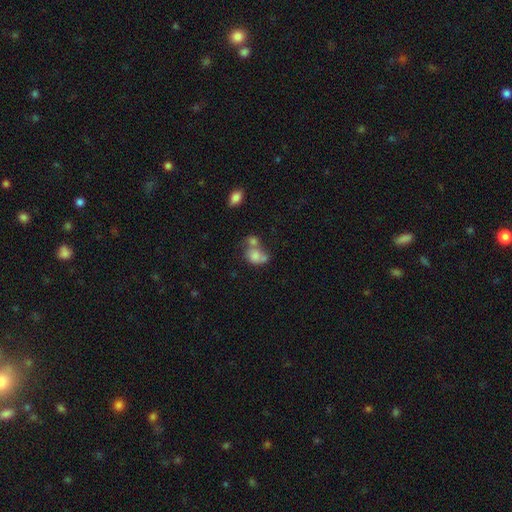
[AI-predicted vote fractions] This appears to be a smooth galaxy with no disk features (73%) that is in between round and cigar-shaped (57%). Merging: merger (55%).